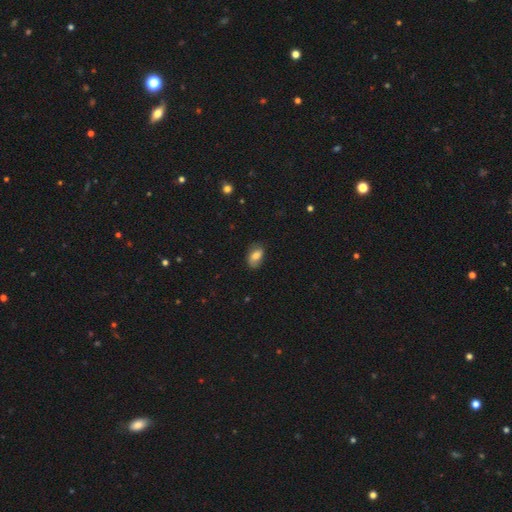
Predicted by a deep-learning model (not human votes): Q: Smooth or featured?
A: smooth (69%); runner-up: featured or disk (22%)
Q: How rounded?
A: in between (88%); runner-up: round (10%)
Q: Merging?
A: none (73%); runner-up: minor disturbance (21%)